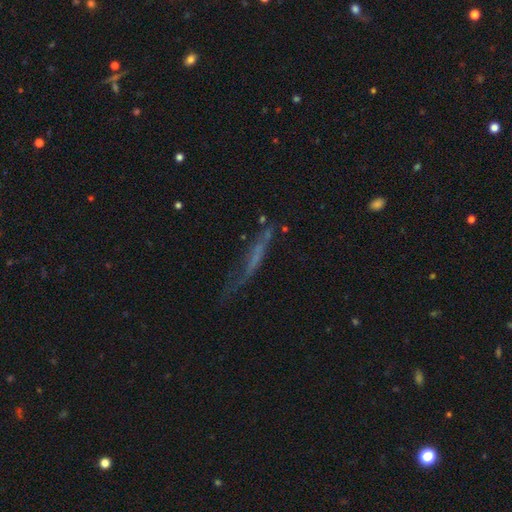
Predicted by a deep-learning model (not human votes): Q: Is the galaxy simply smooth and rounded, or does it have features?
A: featured or disk — 46%.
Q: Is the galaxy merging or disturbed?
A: none — 47%.